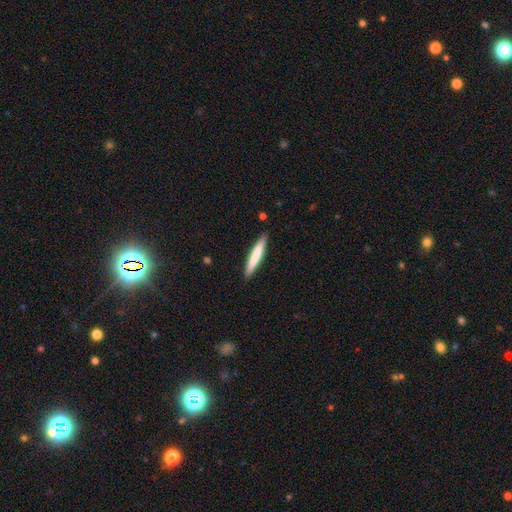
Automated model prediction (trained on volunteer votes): Smooth or featured? smooth (73%)
How rounded? cigar-shaped (93%)
Merging? none (90%)